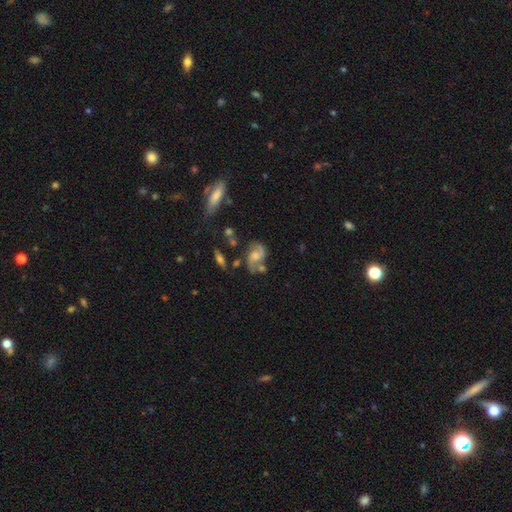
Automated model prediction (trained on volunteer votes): Smooth or featured: featured or disk — 73% (smooth — 20%)
Edge-on disk: no — 96% (yes — 4%)
Bar: no — 59% (weak — 35%)
Spiral arms: yes — 91% (no — 9%)
Spiral winding: medium — 46% (loose — 41%)
Spiral arm count: 2 — 89% (can't tell — 5%)
Bulge size: moderate — 39% (small — 21%)
Merging: none — 58% (minor disturbance — 20%)